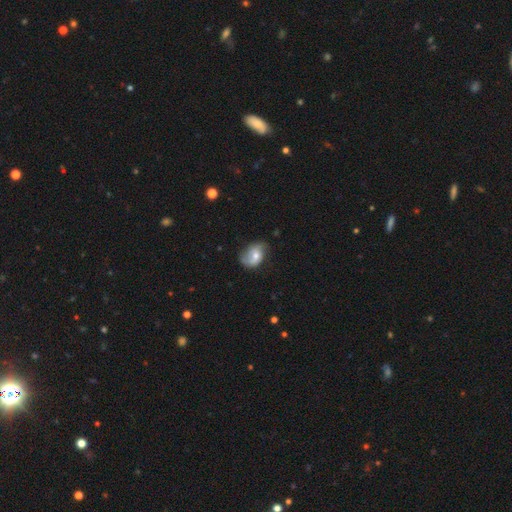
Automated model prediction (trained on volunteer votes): This appears to be a featured or disk galaxy (55%) with no bar (60%), spiral arms (84%) and a moderate central bulge (56%). Merging: none (57%).